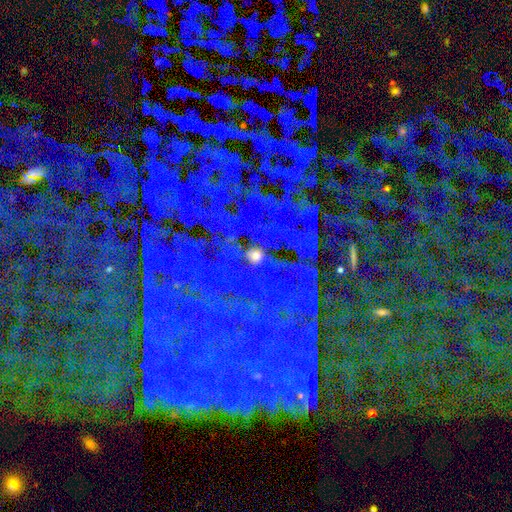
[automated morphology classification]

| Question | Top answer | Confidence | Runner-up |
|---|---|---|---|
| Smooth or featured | star or artifact | 79% | featured or disk (11%) |